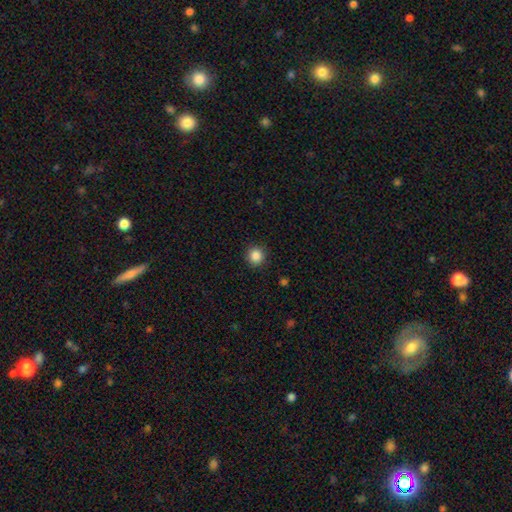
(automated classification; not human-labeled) This is clearly a smooth galaxy (86%). How rounded: clearly round (94%). Merging: clearly none (91%).